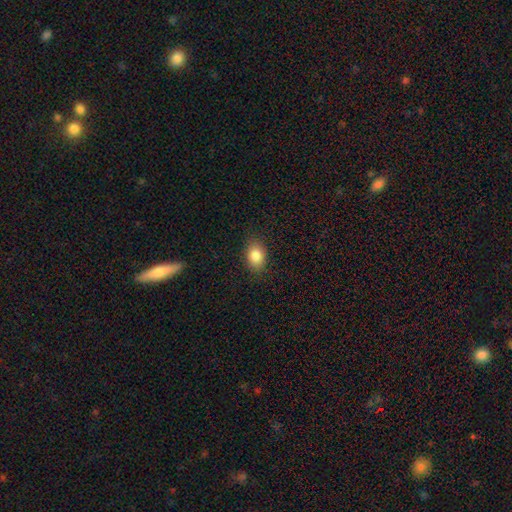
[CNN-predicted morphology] A smooth galaxy with no disk features (86%) that is in between round and cigar-shaped (77%).

Vote fractions:
- Smooth or featured? smooth: 86% / star or artifact: 8% / featured or disk: 6%
- How rounded? in between: 77% / round: 21% / cigar-shaped: 1%
- Merging? none: 86% / minor disturbance: 10% / major disturbance: 3% / merger: 1%